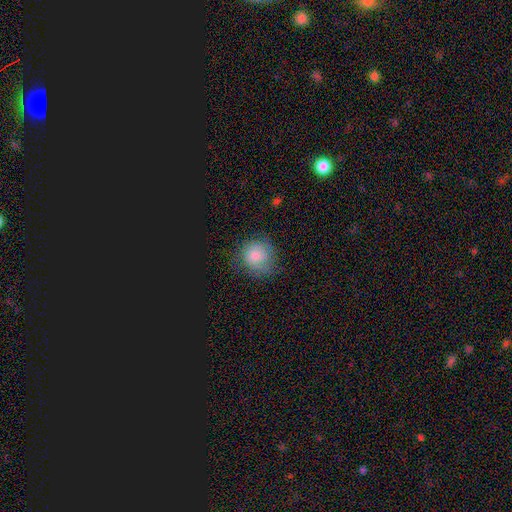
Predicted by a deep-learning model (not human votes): Smooth or featured? smooth (74%)
How rounded? round (87%)
Merging? none (65%)